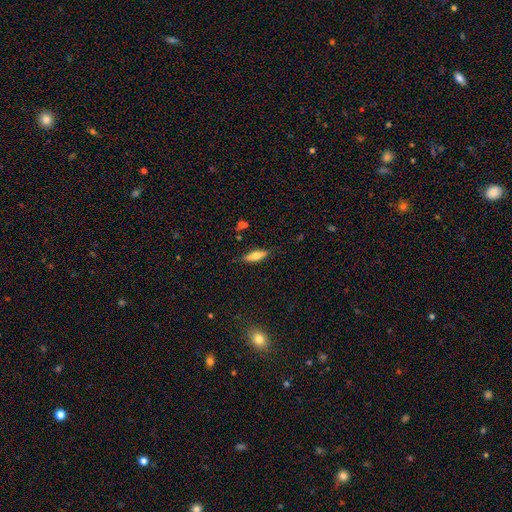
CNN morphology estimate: Q: Smooth or featured?
A: smooth (65%); runner-up: featured or disk (28%)
Q: How rounded?
A: cigar-shaped (55%); runner-up: in between (43%)
Q: Merging?
A: none (85%); runner-up: minor disturbance (11%)